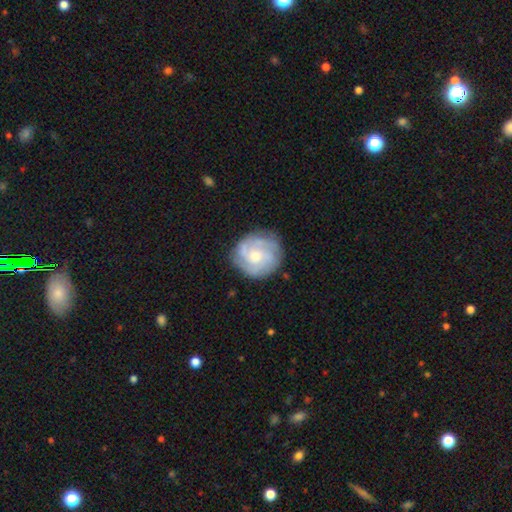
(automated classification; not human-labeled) Overall: featured or disk (71%). Edge-on disk: no (98%). Bar: no (74%). Spiral arms: yes (91%). Spiral arm count: 3 (31%; can't tell 30%). Spiral winding: tight (58%; medium 33%). Bulge size: moderate (56%; small 37%). Merging: none (78%).